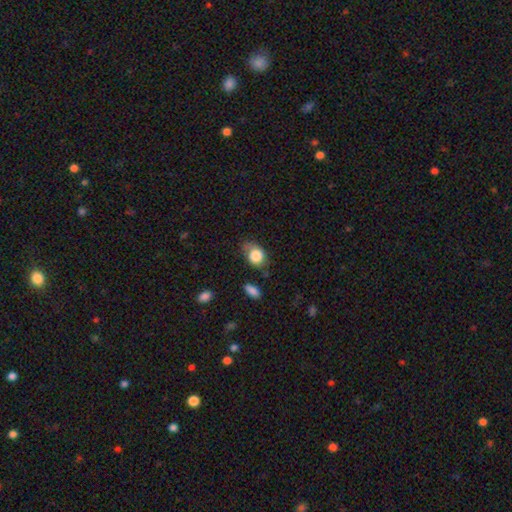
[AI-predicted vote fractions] Smooth or featured?
  - smooth: 81% *
  - featured or disk: 11%
  - star or artifact: 8%
How rounded?
  - in between: 59% *
  - round: 40%
  - cigar-shaped: 2%
Merging?
  - none: 52% *
  - minor disturbance: 33%
  - major disturbance: 11%
  - merger: 4%